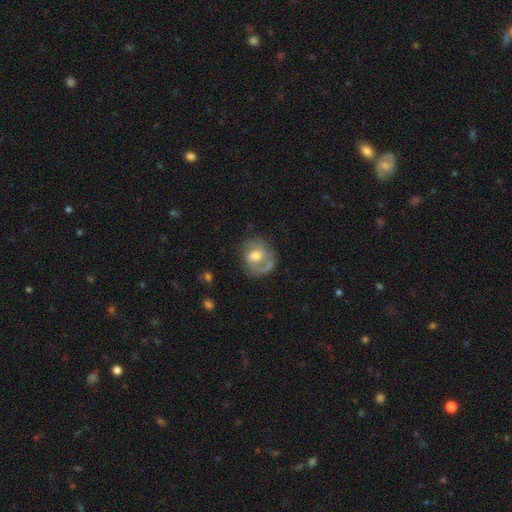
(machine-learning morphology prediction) Smooth or featured? Predicted: featured or disk (p=0.65). Edge-on disk? Predicted: no (p=0.97). Bar? Predicted: no (p=0.49). Spiral arms? Predicted: yes (p=0.82). Spiral winding? Predicted: medium (p=0.44). Spiral arm count? Predicted: 2 (p=0.54). Bulge size? Predicted: moderate (p=0.65). Merging? Predicted: none (p=0.61).